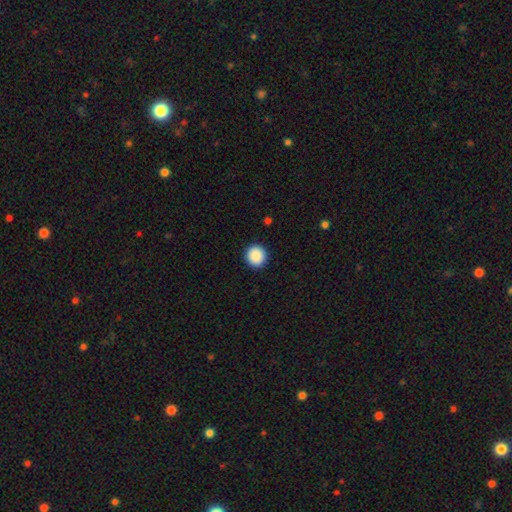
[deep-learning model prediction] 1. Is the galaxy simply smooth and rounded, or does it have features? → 90% smooth, 8% star or artifact, 2% featured or disk.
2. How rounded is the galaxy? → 93% round, 6% in between, 1% cigar-shaped.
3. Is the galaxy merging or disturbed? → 93% none, 5% minor disturbance, 2% major disturbance, 1% merger.